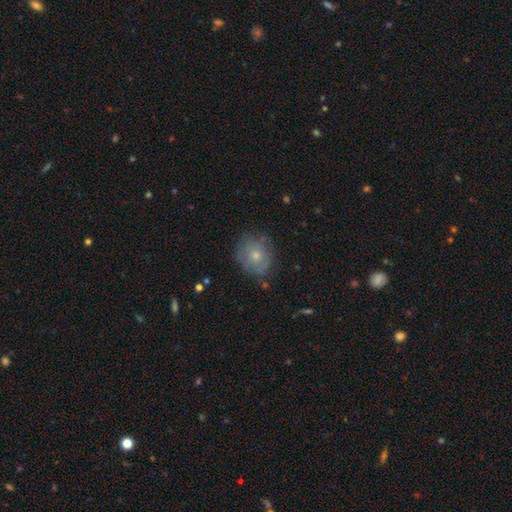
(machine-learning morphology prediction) This appears to be a smooth galaxy with no disk features (56%) that is round (77%). Merging: none (70%).